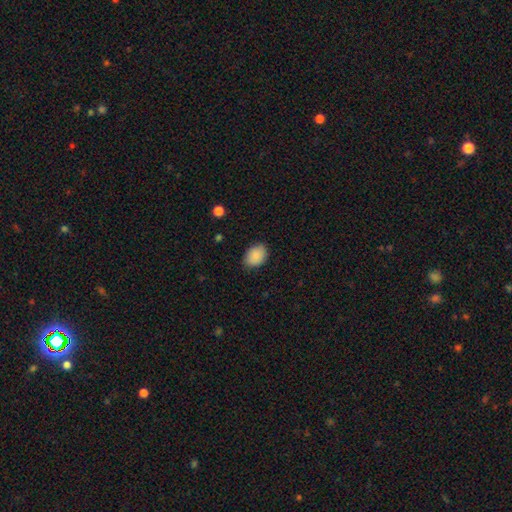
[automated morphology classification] smooth_or_featured: smooth (p=0.89) [alt: star or artifact p=0.07]
how_rounded: in between (p=0.75) [alt: round p=0.24]
merging: none (p=0.82) [alt: minor disturbance p=0.15]